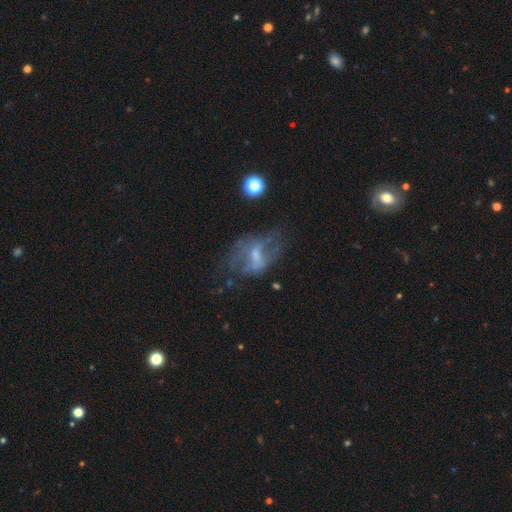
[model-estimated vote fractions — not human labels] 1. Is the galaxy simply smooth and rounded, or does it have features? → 61% featured or disk, 26% smooth, 13% star or artifact.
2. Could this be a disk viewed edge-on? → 95% no, 5% yes.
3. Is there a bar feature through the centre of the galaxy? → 49% no, 39% weak, 12% strong.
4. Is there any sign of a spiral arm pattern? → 60% no, 40% yes.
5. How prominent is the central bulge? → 40% small, 36% moderate, 19% none, 4% large, 1% dominant.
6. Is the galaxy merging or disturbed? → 42% none, 31% major disturbance, 22% minor disturbance, 4% merger.